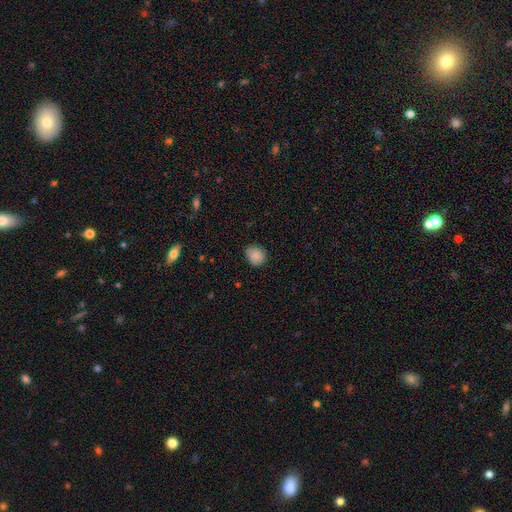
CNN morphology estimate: This appears to be a smooth galaxy with no disk features (87%) that is round (70%). Merging: none (84%).